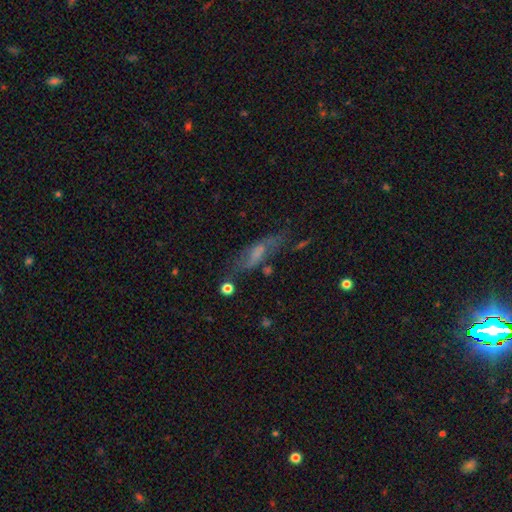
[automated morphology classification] Overall: featured or disk (47%; smooth 36%). Merging: none (57%; minor disturbance 21%).